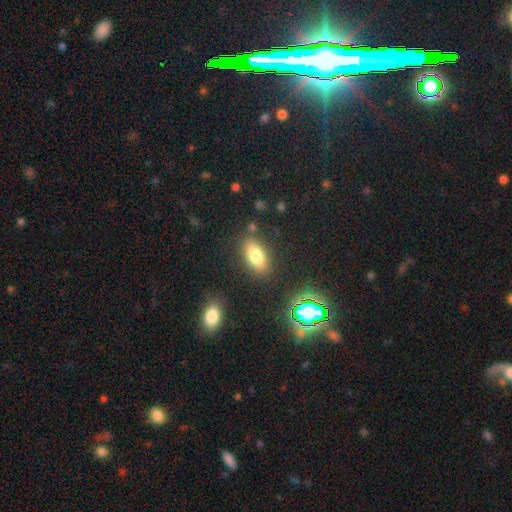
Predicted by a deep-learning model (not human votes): This is likely a smooth galaxy (76%). How rounded: clearly in between (86%). Merging: clearly none (83%).